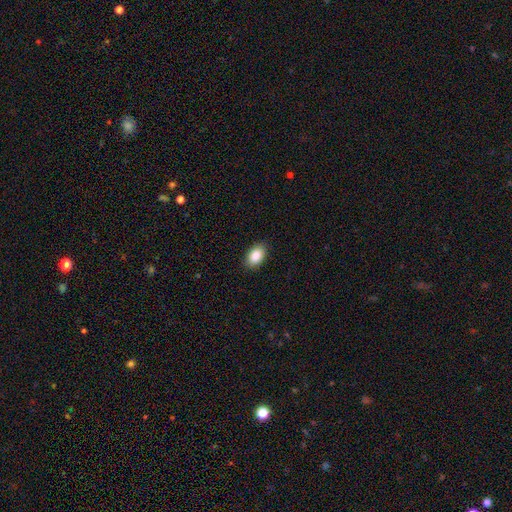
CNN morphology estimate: This appears to be a smooth galaxy with no disk features (88%) that is in between round and cigar-shaped (91%). Merging: none (88%).